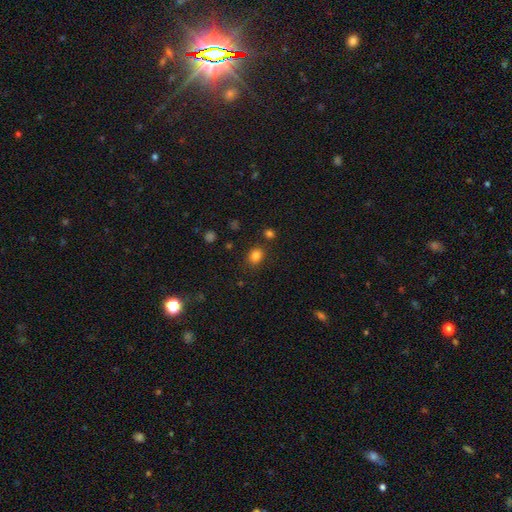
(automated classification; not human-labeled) A smooth galaxy with no disk features (83%) that is round (52%). Merging: none (81%).